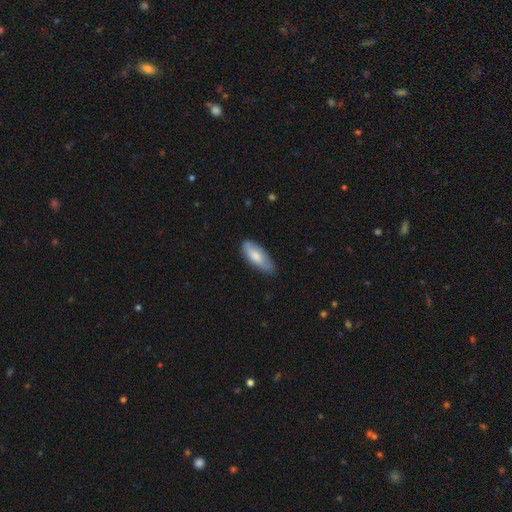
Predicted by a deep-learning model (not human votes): Smooth or featured?
  - smooth: 76% *
  - featured or disk: 19%
  - star or artifact: 5%
How rounded?
  - in between: 78% *
  - cigar-shaped: 21%
  - round: 2%
Merging?
  - none: 71% *
  - minor disturbance: 24%
  - major disturbance: 4%
  - merger: 1%